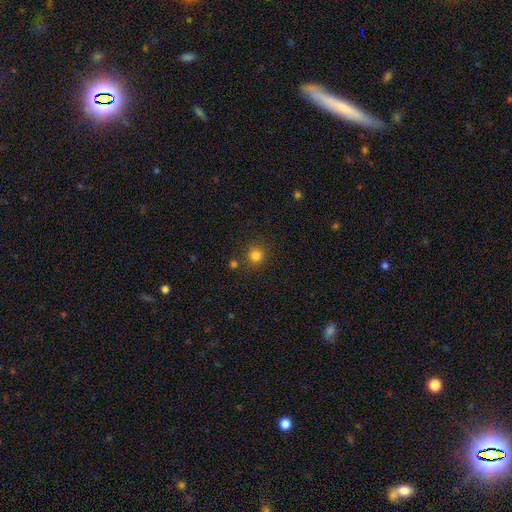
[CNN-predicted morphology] Smooth or featured: smooth — 81% (star or artifact — 14%)
How rounded: round — 93% (in between — 6%)
Merging: none — 85% (minor disturbance — 8%)